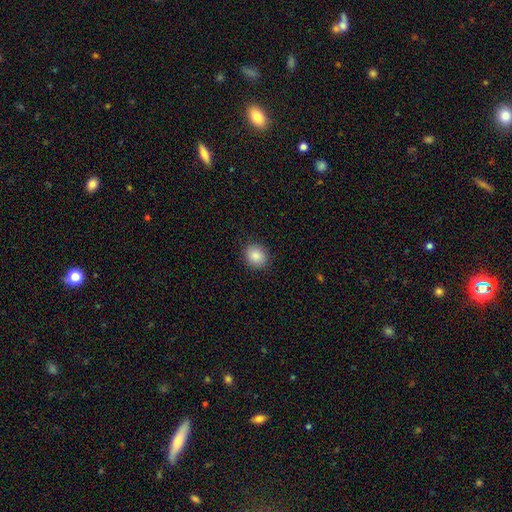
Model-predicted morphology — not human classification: smooth_or_featured: smooth (p=0.87) [alt: star or artifact p=0.08]
how_rounded: round (p=0.69) [alt: in between p=0.30]
merging: none (p=0.89) [alt: minor disturbance p=0.08]